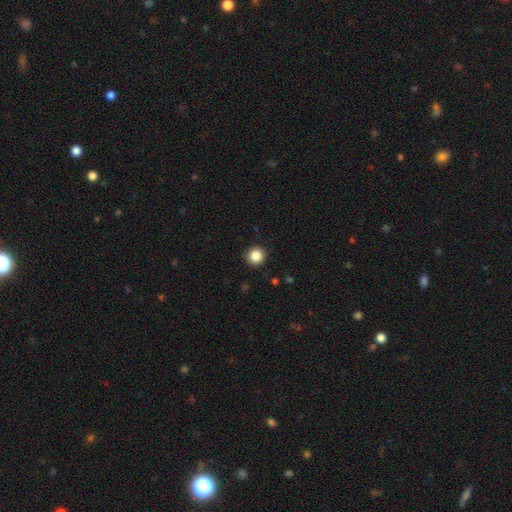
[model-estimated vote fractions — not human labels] smooth_or_featured: smooth (p=0.86) [alt: star or artifact p=0.10]
how_rounded: round (p=0.94) [alt: in between p=0.05]
merging: none (p=0.91) [alt: minor disturbance p=0.06]